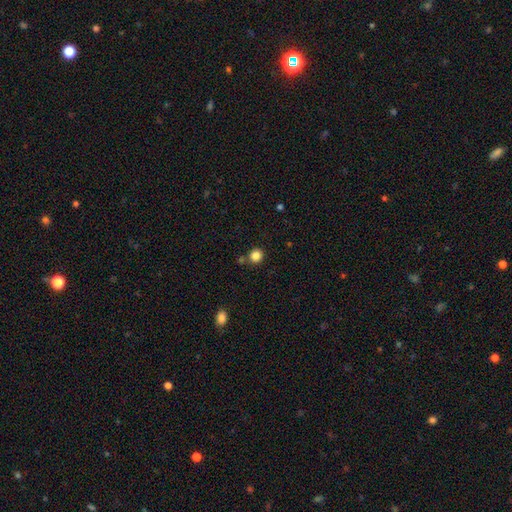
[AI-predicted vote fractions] Morphology: type=smooth (84%); roundness=round (90%); merging=none (79%).